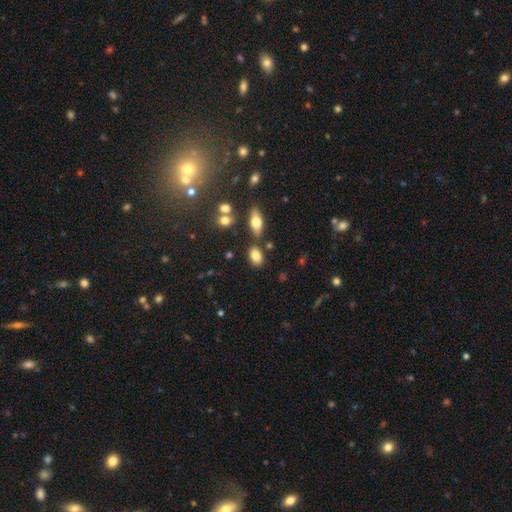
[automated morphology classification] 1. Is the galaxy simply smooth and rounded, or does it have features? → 82% smooth, 9% star or artifact, 8% featured or disk.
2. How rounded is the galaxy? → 82% in between, 16% round, 2% cigar-shaped.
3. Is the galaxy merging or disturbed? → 74% none, 12% minor disturbance, 11% merger, 3% major disturbance.